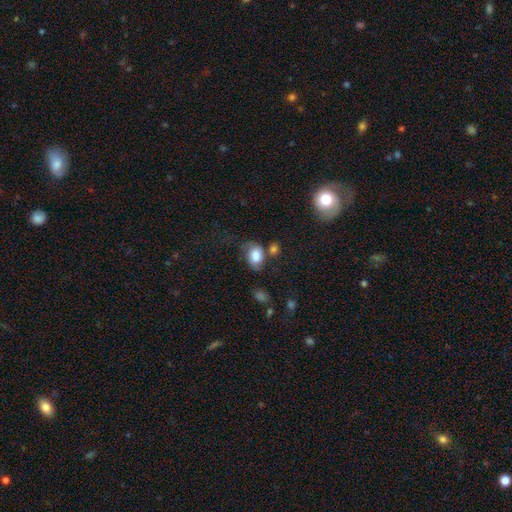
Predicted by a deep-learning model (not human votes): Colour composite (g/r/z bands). It shows a smooth galaxy with no disk features (75%) that is in between round and cigar-shaped (69%). Merging: none (43%).